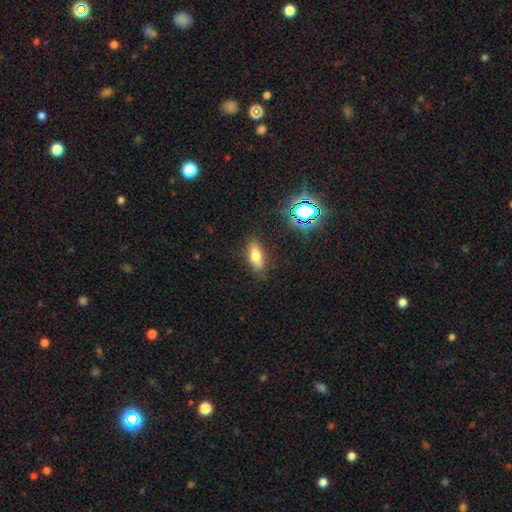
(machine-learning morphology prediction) Smooth or featured?
  - smooth: 69% *
  - featured or disk: 18%
  - star or artifact: 13%
How rounded?
  - in between: 74% *
  - cigar-shaped: 21%
  - round: 5%
Merging?
  - none: 84% *
  - minor disturbance: 11%
  - major disturbance: 3%
  - merger: 2%